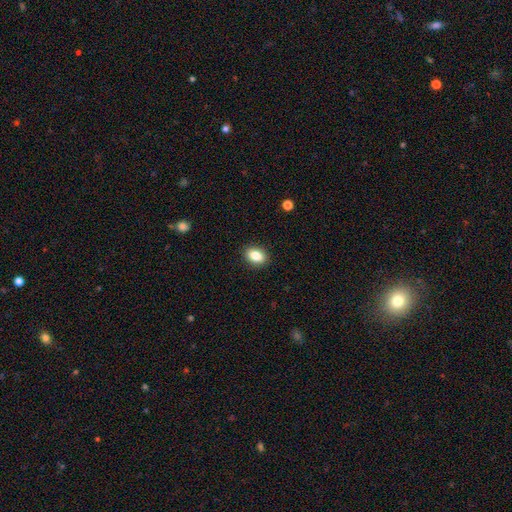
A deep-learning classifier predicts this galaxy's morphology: Smooth or featured? smooth (86%)
How rounded? in between (78%)
Merging? none (90%)